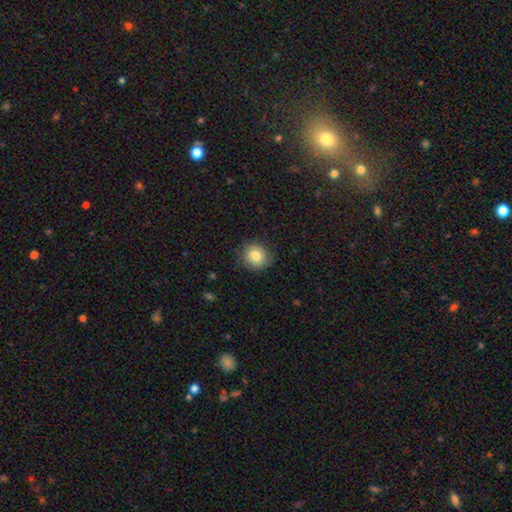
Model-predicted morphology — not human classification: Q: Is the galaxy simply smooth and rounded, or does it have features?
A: smooth — 81%.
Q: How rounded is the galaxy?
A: round — 84%.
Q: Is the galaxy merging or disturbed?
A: none — 82%.